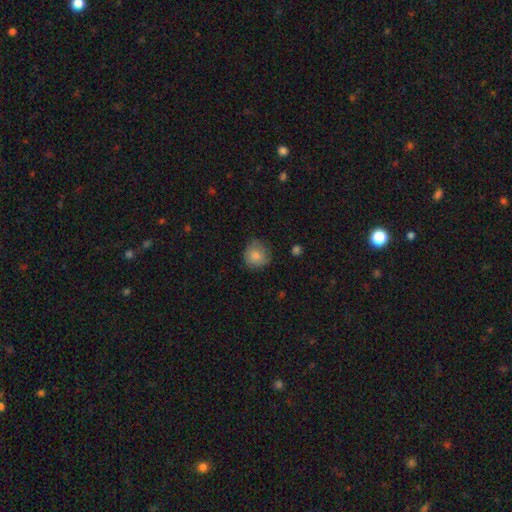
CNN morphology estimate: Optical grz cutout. It shows a smooth galaxy with no disk features (80%) that is round (86%). Merging: none (71%).